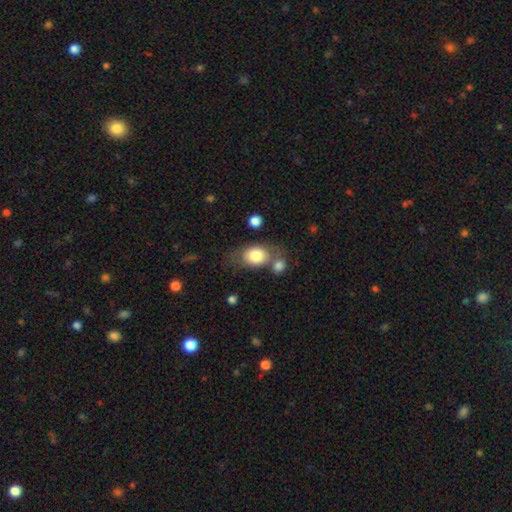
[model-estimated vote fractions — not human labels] smooth_or_featured: smooth (p=0.80) [alt: featured or disk p=0.12]
how_rounded: in between (p=0.67) [alt: round p=0.32]
merging: none (p=0.49) [alt: merger p=0.24]